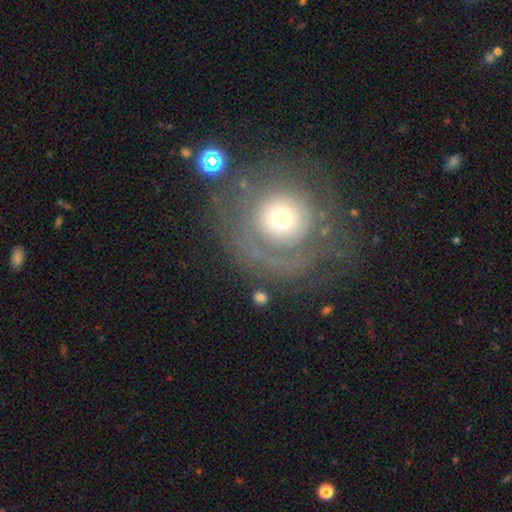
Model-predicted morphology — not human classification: Smooth or featured? featured or disk (55%)
Edge-on disk? no (96%)
Bar? no (88%)
Spiral arms? no (55%)
Bulge size? moderate (53%)
Merging? none (66%)